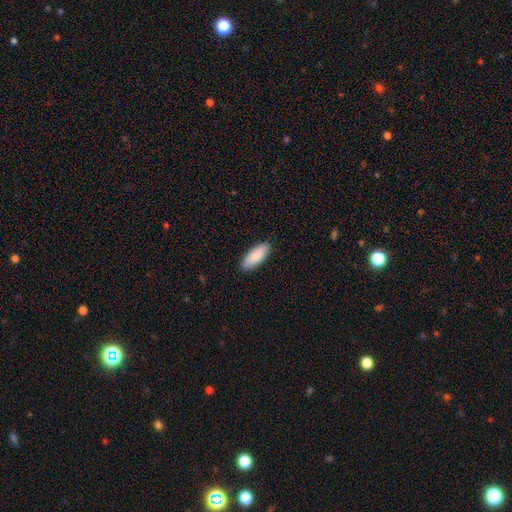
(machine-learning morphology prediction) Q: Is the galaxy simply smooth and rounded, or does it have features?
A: smooth — 89%.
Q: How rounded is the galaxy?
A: in between — 73%.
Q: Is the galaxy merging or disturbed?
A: none — 90%.